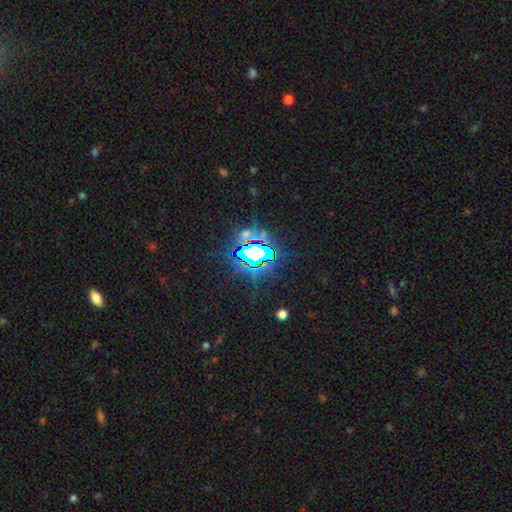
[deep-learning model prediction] A star or artifact, not a galaxy (73%).